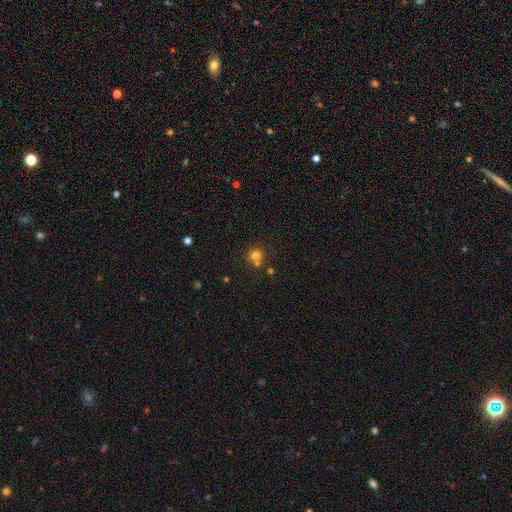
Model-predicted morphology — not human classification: Smooth or featured? smooth (74%)
How rounded? round (90%)
Merging? none (60%)